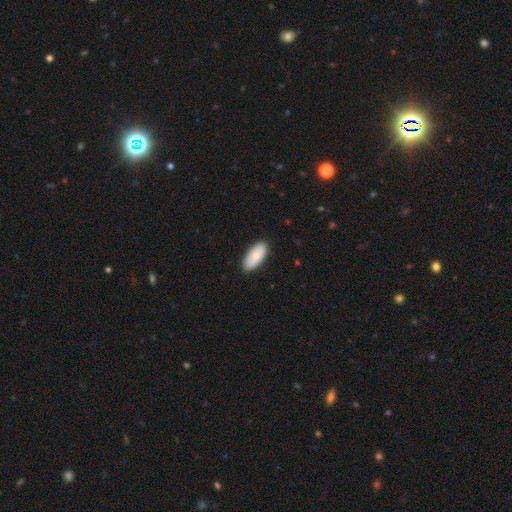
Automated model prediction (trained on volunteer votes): Q: Smooth or featured?
A: smooth (84%); runner-up: featured or disk (10%)
Q: How rounded?
A: in between (89%); runner-up: cigar-shaped (9%)
Q: Merging?
A: none (87%); runner-up: minor disturbance (10%)